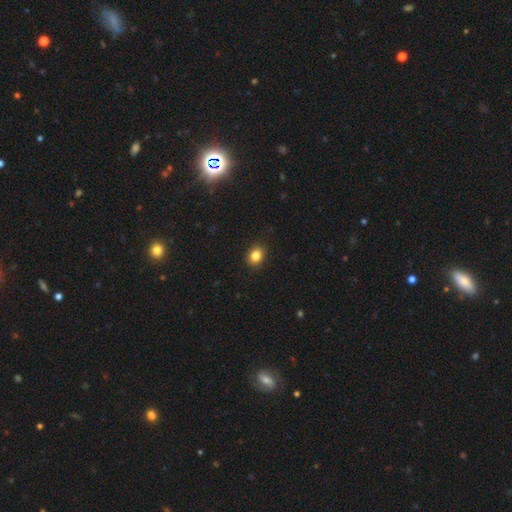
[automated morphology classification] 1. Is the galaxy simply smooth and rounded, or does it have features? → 84% smooth, 11% star or artifact, 5% featured or disk.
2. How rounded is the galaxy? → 54% round, 45% in between, 1% cigar-shaped.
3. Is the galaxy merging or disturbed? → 88% none, 9% minor disturbance, 2% major disturbance, 1% merger.